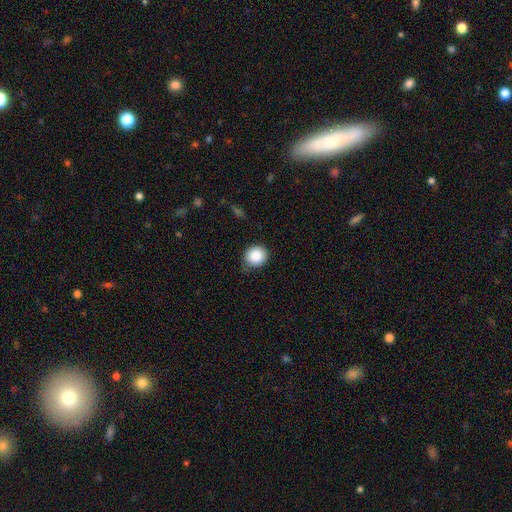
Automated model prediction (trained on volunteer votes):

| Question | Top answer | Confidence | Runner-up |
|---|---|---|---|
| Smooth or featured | smooth | 87% | star or artifact (9%) |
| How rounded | round | 87% | in between (12%) |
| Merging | none | 80% | minor disturbance (16%) |